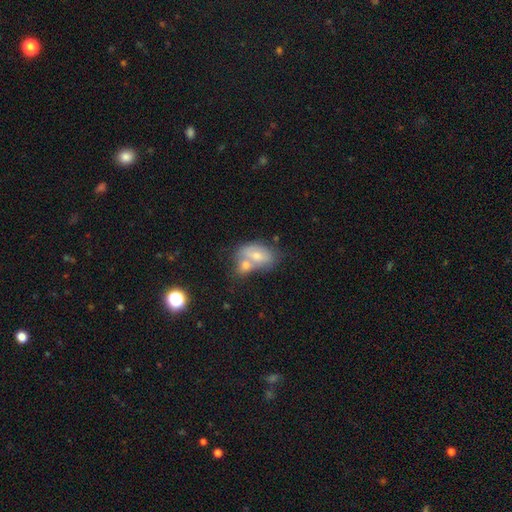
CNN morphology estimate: Smooth or featured? smooth (64%)
How rounded? in between (87%)
Merging? merger (55%)